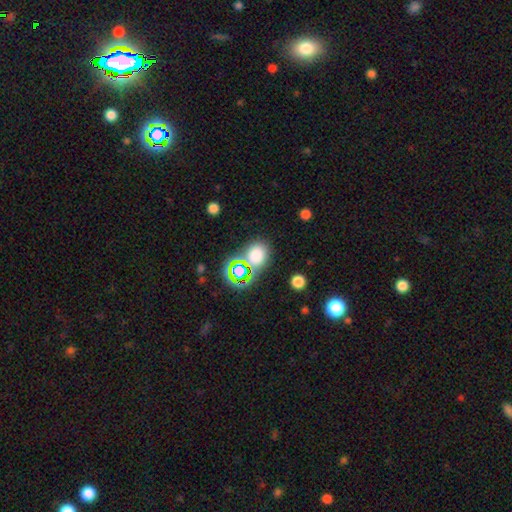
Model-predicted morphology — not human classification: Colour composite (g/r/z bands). It shows a smooth galaxy with no disk features (68%) that is round (61%). Merging: none (65%).